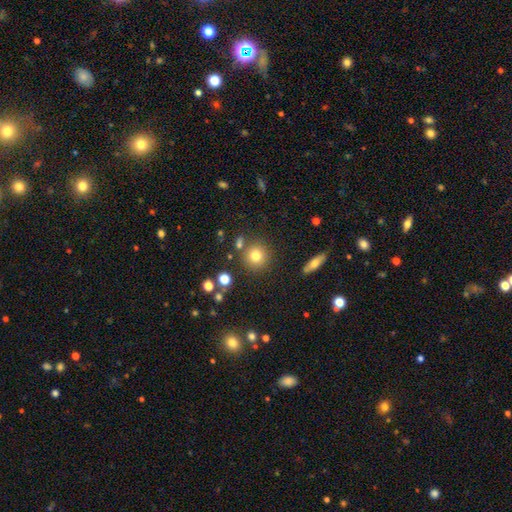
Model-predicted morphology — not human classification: Smooth or featured? Predicted: smooth (p=0.77). How rounded? Predicted: round (p=0.91). Merging? Predicted: none (p=0.81).